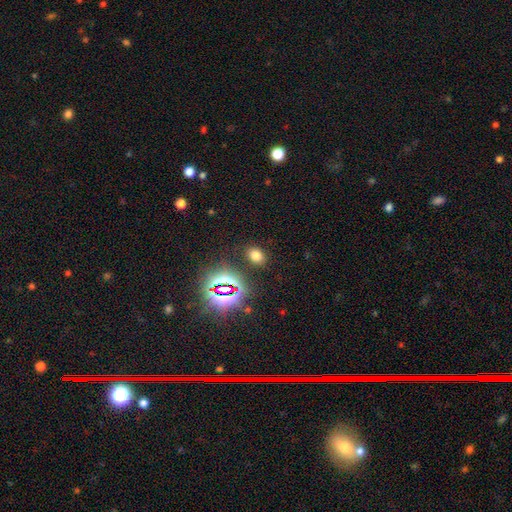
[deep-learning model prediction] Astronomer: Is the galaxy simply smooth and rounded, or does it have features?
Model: smooth — 67%.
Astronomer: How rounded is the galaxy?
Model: in between — 73%.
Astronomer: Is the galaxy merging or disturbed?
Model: none — 86%.